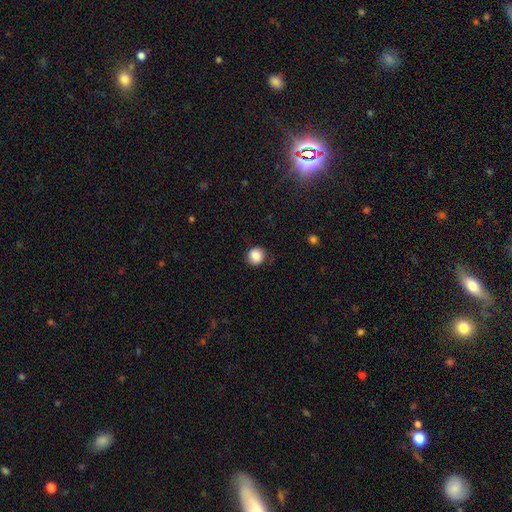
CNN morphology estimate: smooth 87%, star or artifact 9%, featured or disk 4%. Down the decision tree: how rounded — round (90%); merging — none (79%).